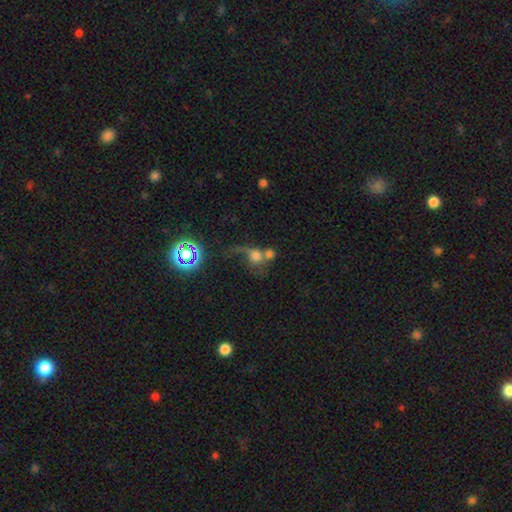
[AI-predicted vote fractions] smooth 55%, featured or disk 25%, star or artifact 20%. Down the decision tree: how rounded — round (76%); merging — merger (48%).